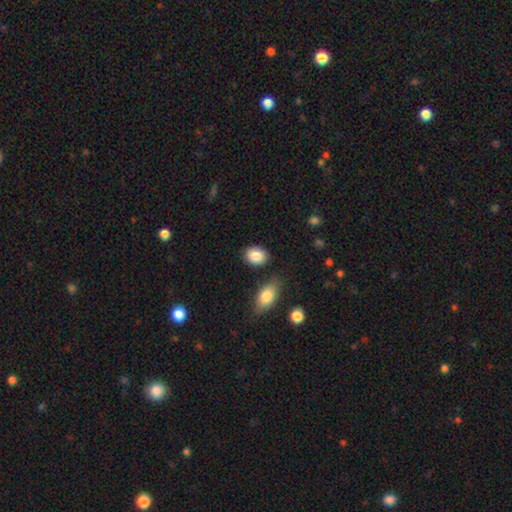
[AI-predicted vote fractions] Morphology: type=smooth (88%); roundness=in between (67%); merging=none (81%).